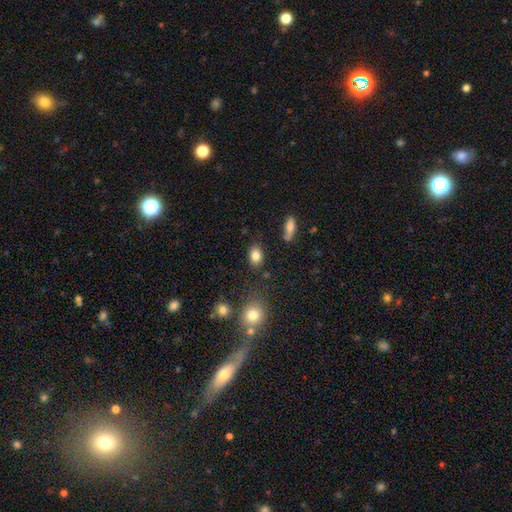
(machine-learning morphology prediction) Smooth or featured: smooth — 83% (star or artifact — 9%)
How rounded: in between — 75% (round — 23%)
Merging: none — 81% (minor disturbance — 12%)